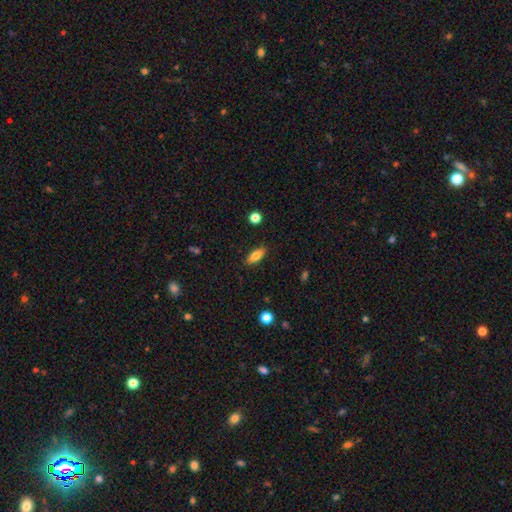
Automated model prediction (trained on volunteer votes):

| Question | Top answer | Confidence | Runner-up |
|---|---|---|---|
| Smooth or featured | smooth | 78% | featured or disk (14%) |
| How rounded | in between | 75% | cigar-shaped (22%) |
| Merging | none | 87% | minor disturbance (10%) |